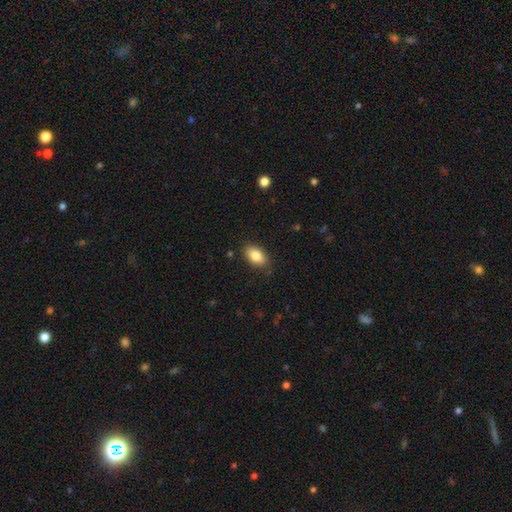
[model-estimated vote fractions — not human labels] This appears to be a smooth galaxy with no disk features (84%) that is in between round and cigar-shaped (92%). Merging: none (85%).